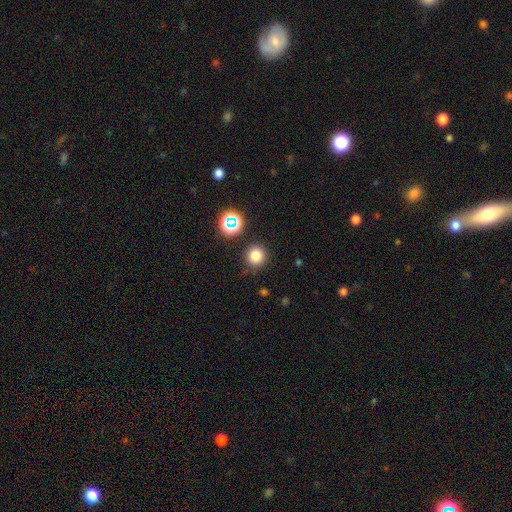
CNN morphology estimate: Smooth or featured?
  - smooth: 77% *
  - star or artifact: 17%
  - featured or disk: 6%
How rounded?
  - round: 93% *
  - in between: 6%
  - cigar-shaped: 1%
Merging?
  - none: 86% *
  - minor disturbance: 8%
  - major disturbance: 3%
  - merger: 3%